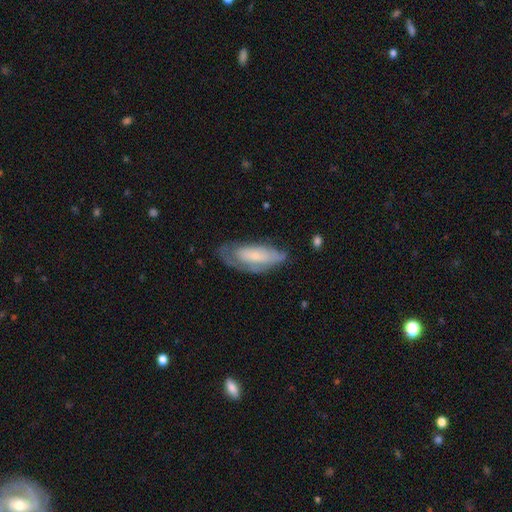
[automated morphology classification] A featured or disk galaxy (50%).

Vote fractions:
- Smooth or featured? featured or disk: 50% / smooth: 44% / star or artifact: 7%
- Merging? none: 52% / minor disturbance: 28% / major disturbance: 18% / merger: 2%